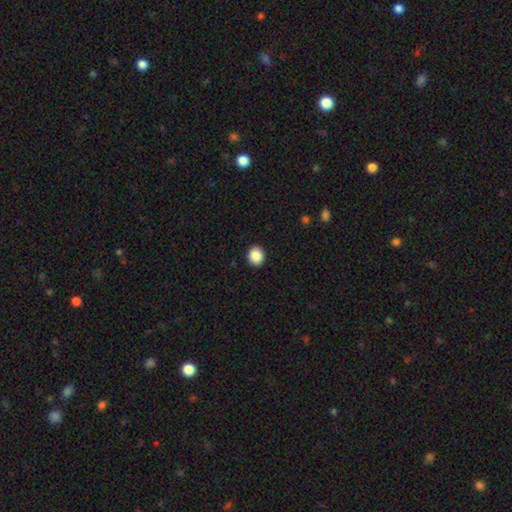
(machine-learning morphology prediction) Smooth or featured: smooth — 88% (star or artifact — 9%)
How rounded: round — 76% (in between — 24%)
Merging: none — 92% (minor disturbance — 5%)